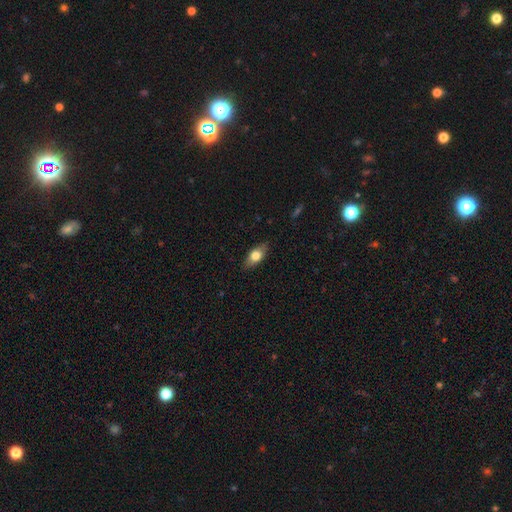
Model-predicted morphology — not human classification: Smooth or featured?
  - smooth: 72% *
  - featured or disk: 21%
  - star or artifact: 7%
How rounded?
  - in between: 84% *
  - cigar-shaped: 10%
  - round: 6%
Merging?
  - none: 85% *
  - minor disturbance: 12%
  - major disturbance: 2%
  - merger: 1%